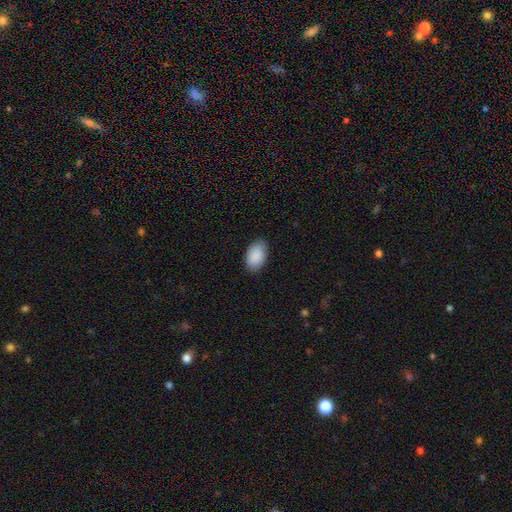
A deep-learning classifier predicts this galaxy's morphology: Smooth or featured? Predicted: smooth (p=0.91). How rounded? Predicted: in between (p=0.94). Merging? Predicted: none (p=0.85).